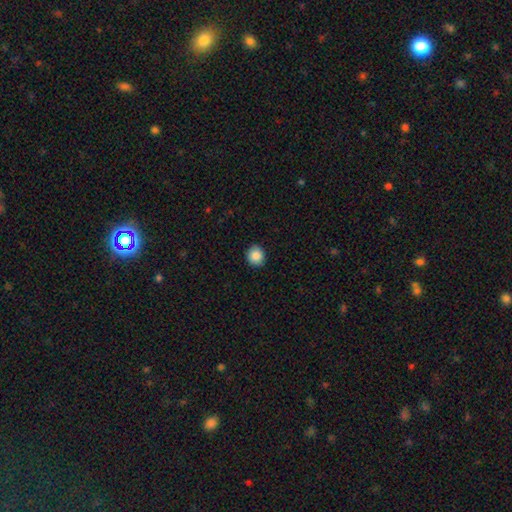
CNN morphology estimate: Smooth or featured?
  - smooth: 87% *
  - star or artifact: 9%
  - featured or disk: 4%
How rounded?
  - round: 87% *
  - in between: 12%
  - cigar-shaped: 1%
Merging?
  - none: 90% *
  - minor disturbance: 7%
  - major disturbance: 2%
  - merger: 1%